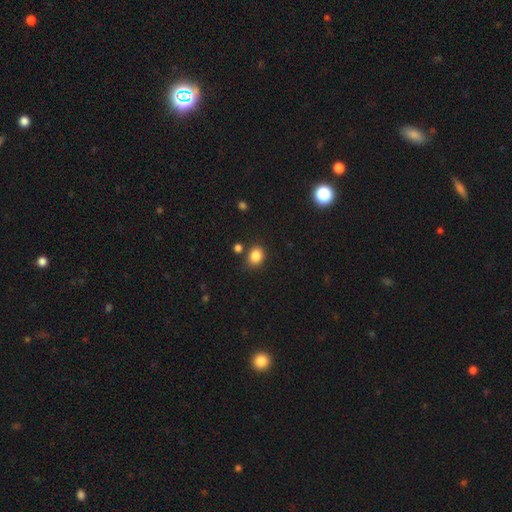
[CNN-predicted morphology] This appears to be a smooth galaxy with no disk features (85%) that is round (56%). Merging: none (77%).